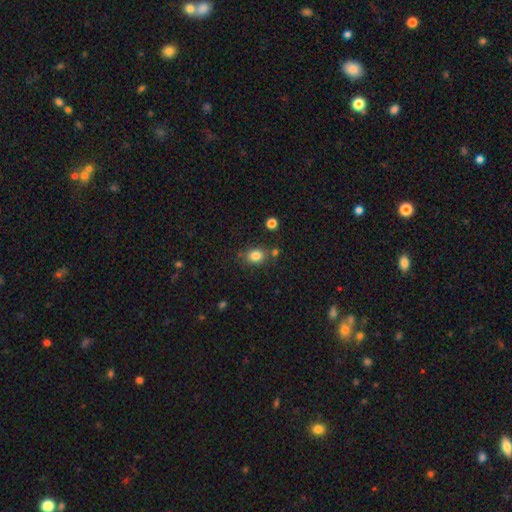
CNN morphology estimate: The model was most divided on "how rounded": round: 50%, in between: 49%, cigar-shaped: 1%. More confident: smooth or featured — smooth (83%); merging — none (76%).